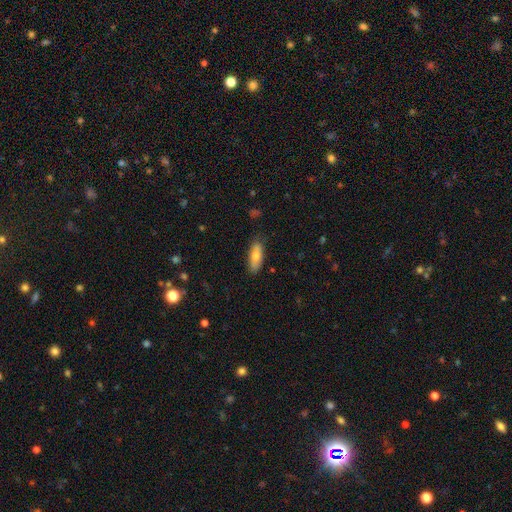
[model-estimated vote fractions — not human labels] Overall: smooth (71%). How rounded: in between (72%). Merging: none (79%).